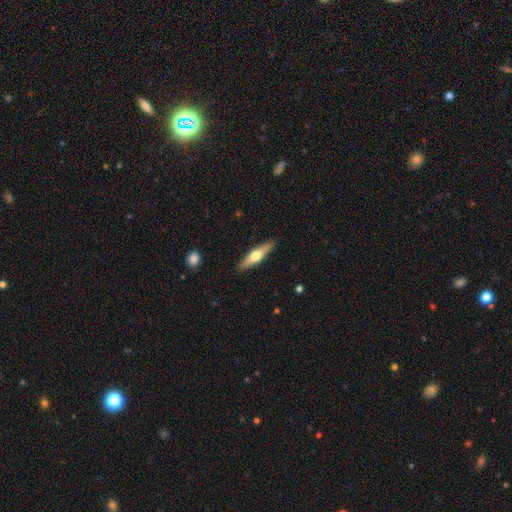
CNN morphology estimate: Smooth or featured? featured or disk (54%)
Edge-on disk? yes (94%)
Edge-on bulge? rounded (94%)
Merging? none (90%)